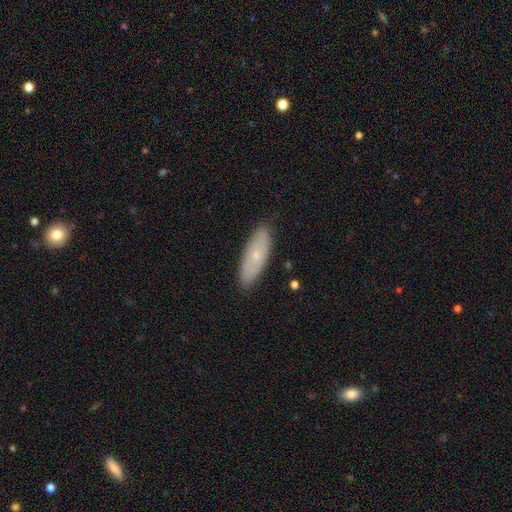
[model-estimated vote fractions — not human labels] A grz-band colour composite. It shows a smooth galaxy with no disk features (56%) that is in between round and cigar-shaped (64%). Merging: none (86%).